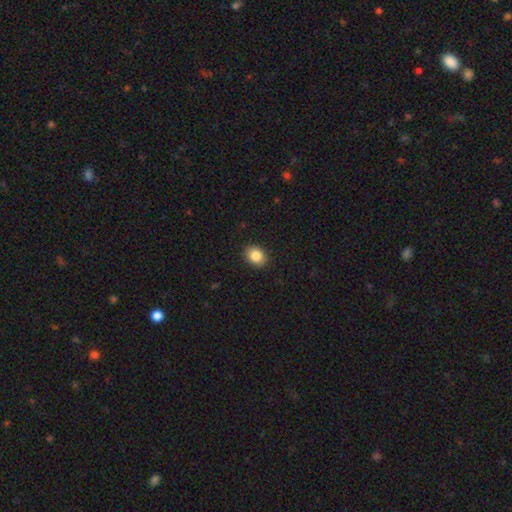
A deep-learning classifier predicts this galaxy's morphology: This is clearly a smooth galaxy (85%). How rounded: possibly round (51%). Merging: clearly none (90%).